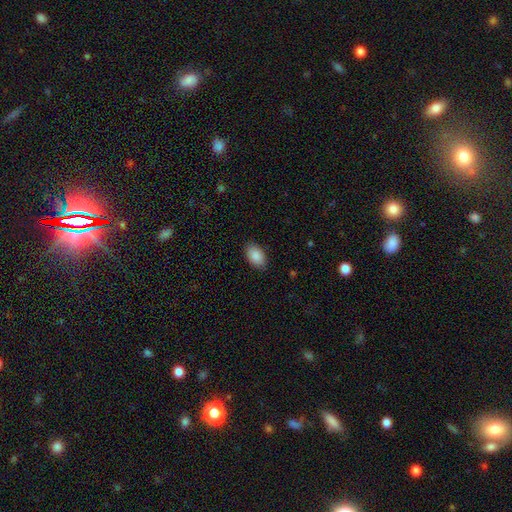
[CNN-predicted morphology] Overall: smooth (88%). How rounded: in between (93%). Merging: none (87%).